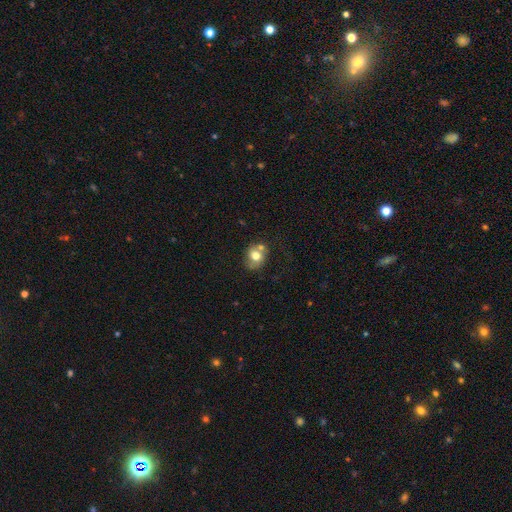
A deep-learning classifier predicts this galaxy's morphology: A smooth galaxy with no disk features (69%) that is round (61%).

Vote fractions:
- Smooth or featured? smooth: 69% / featured or disk: 21% / star or artifact: 10%
- How rounded? round: 61% / in between: 38% / cigar-shaped: 1%
- Merging? none: 52% / merger: 23% / minor disturbance: 19% / major disturbance: 7%